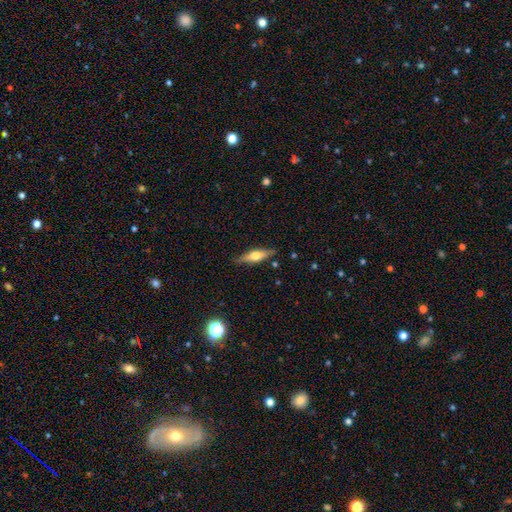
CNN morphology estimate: Smooth or featured? featured or disk (56%)
Edge-on disk? yes (94%)
Edge-on bulge? rounded (90%)
Merging? none (86%)